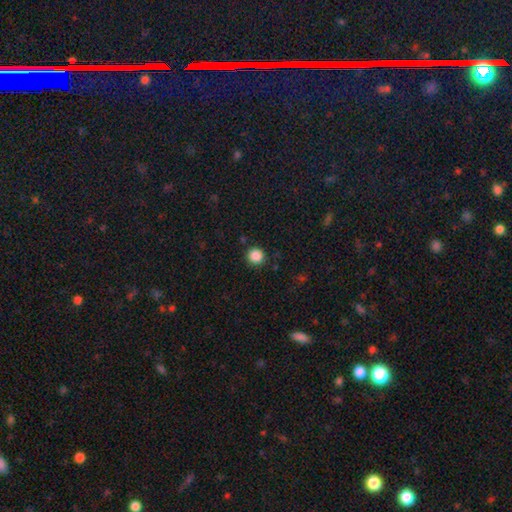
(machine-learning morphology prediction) A smooth galaxy with no disk features (86%) that is round (95%).

Vote fractions:
- Smooth or featured? smooth: 86% / star or artifact: 10% / featured or disk: 3%
- How rounded? round: 95% / in between: 4% / cigar-shaped: 1%
- Merging? none: 90% / minor disturbance: 6% / major disturbance: 2% / merger: 1%